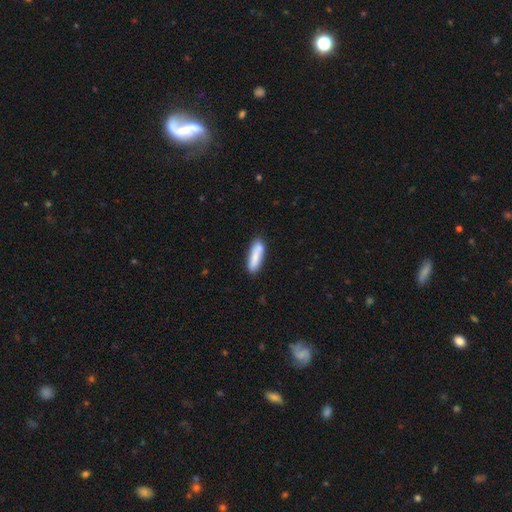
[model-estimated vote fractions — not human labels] Morphology: type=smooth (77%); roundness=cigar-shaped (63%); merging=none (71%).